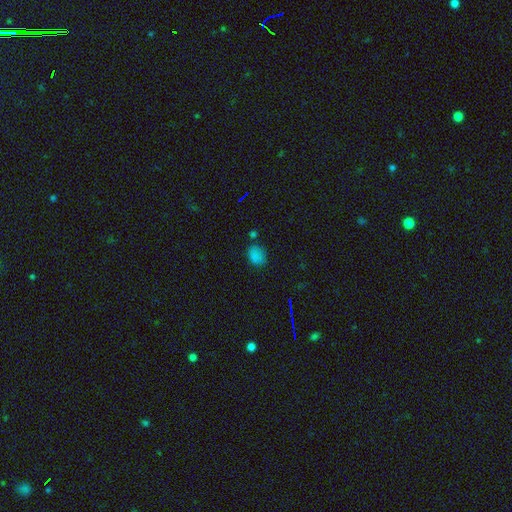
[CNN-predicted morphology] A smooth galaxy with no disk features (75%) that is in between round and cigar-shaped (65%).

Vote fractions:
- Smooth or featured? smooth: 75% / star or artifact: 20% / featured or disk: 5%
- How rounded? in between: 65% / round: 33% / cigar-shaped: 1%
- Merging? none: 70% / minor disturbance: 19% / merger: 7% / major disturbance: 5%